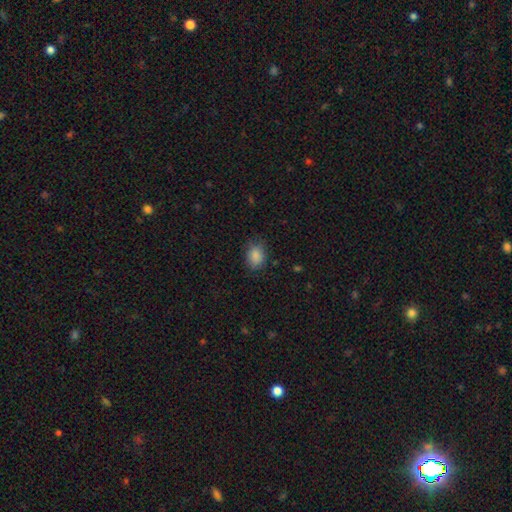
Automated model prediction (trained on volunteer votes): Smooth or featured? smooth (87%)
How rounded? in between (65%)
Merging? none (78%)